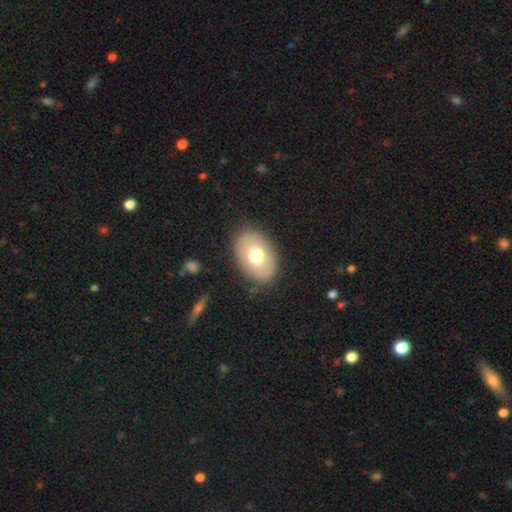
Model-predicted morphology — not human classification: Overall: smooth (68%). How rounded: in between (87%). Merging: none (84%).